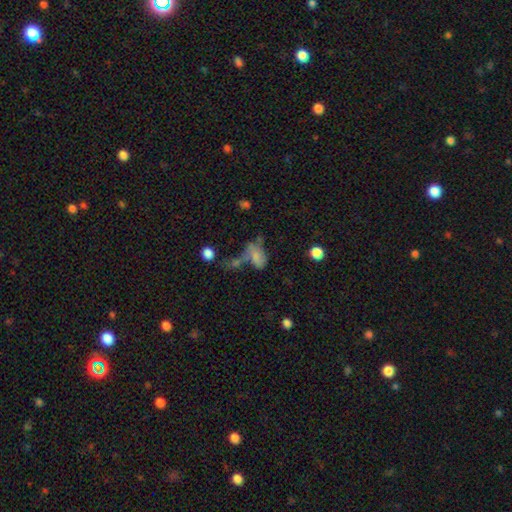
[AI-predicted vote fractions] smooth 64%, featured or disk 23%, star or artifact 13%. Down the decision tree: how rounded — in between (86%); merging — merger (37%).